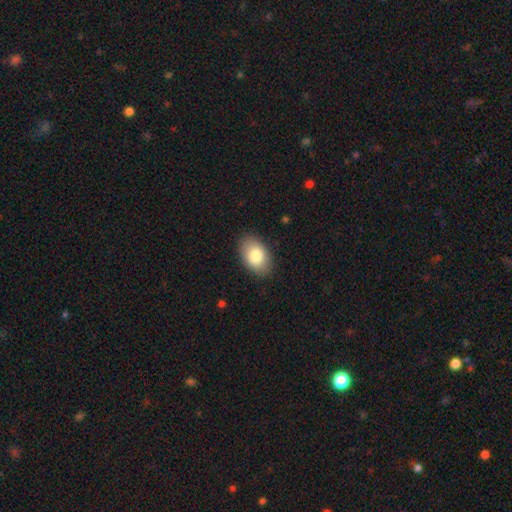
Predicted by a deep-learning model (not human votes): This is clearly a smooth galaxy (82%). How rounded: clearly in between (90%). Merging: clearly none (87%).